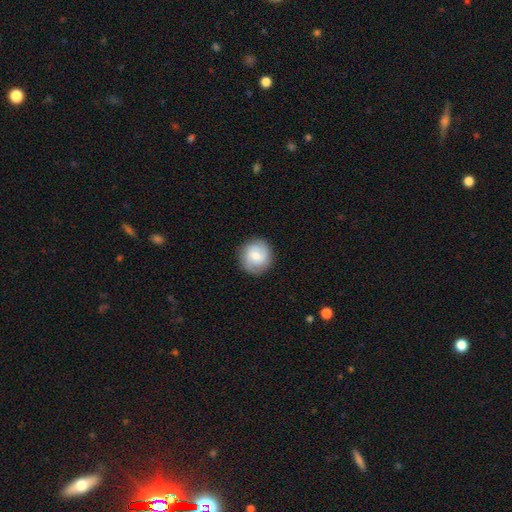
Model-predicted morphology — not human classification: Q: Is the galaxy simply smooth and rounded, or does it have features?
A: smooth — 57%.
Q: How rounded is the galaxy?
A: round — 92%.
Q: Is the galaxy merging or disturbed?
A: none — 87%.